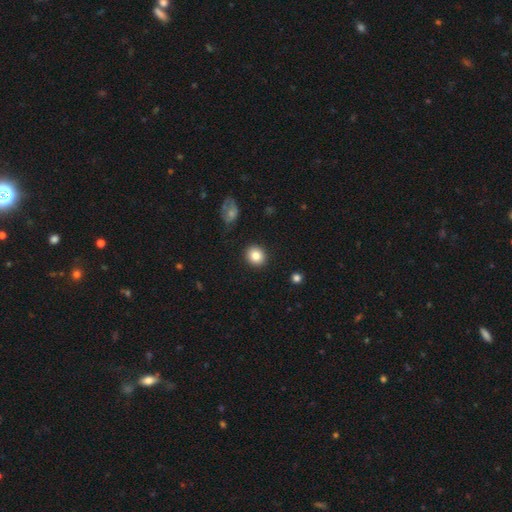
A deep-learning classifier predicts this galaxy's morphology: smooth 85%, star or artifact 9%, featured or disk 7%. Down the decision tree: how rounded — round (80%); merging — none (90%).